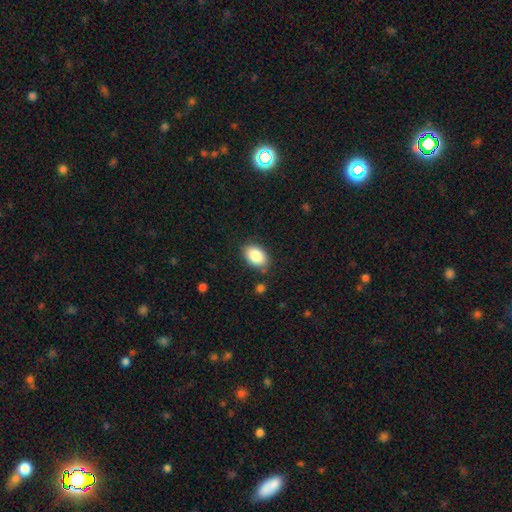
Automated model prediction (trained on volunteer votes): A smooth galaxy with no disk features (86%) that is in between round and cigar-shaped (88%).

Vote fractions:
- Smooth or featured? smooth: 86% / star or artifact: 7% / featured or disk: 7%
- How rounded? in between: 88% / round: 11% / cigar-shaped: 1%
- Merging? none: 83% / minor disturbance: 12% / major disturbance: 3% / merger: 2%